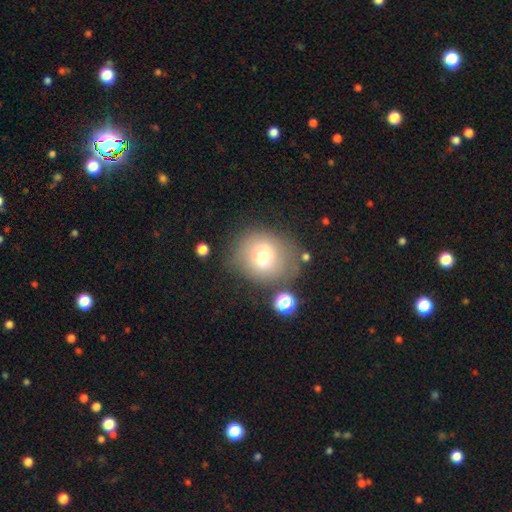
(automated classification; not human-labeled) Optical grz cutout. It shows a smooth galaxy with no disk features (67%) that is round (76%). Merging: none (69%).